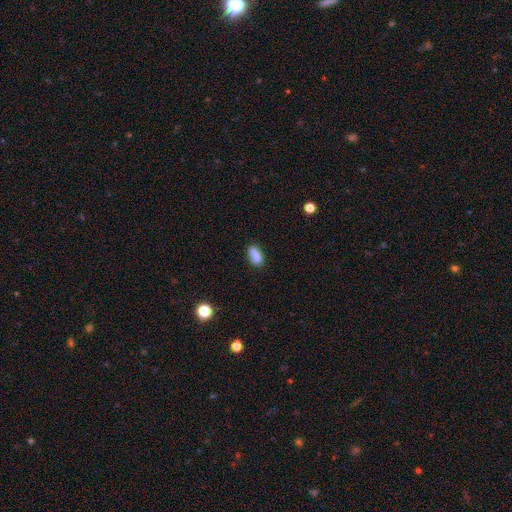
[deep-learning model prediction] This appears to be a smooth galaxy with no disk features (79%) that is in between round and cigar-shaped (82%). Merging: none (60%).